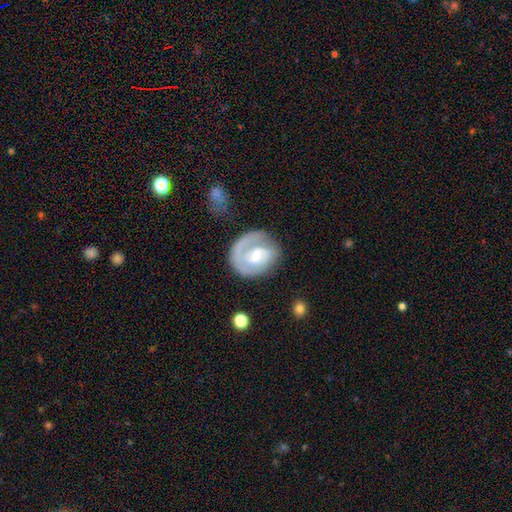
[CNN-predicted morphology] smooth_or_featured: featured or disk (p=0.71) [alt: smooth p=0.24]
disk_edge_on: no (p=0.98) [alt: yes p=0.02]
bar: weak (p=0.48) [alt: no p=0.40]
has_spiral_arms: yes (p=0.86) [alt: no p=0.14]
spiral_winding: tight (p=0.50) [alt: medium p=0.34]
spiral_arm_count: 1 (p=0.55) [alt: 2 p=0.28]
bulge_size: moderate (p=0.43) [alt: small p=0.39]
merging: none (p=0.60) [alt: minor disturbance p=0.20]